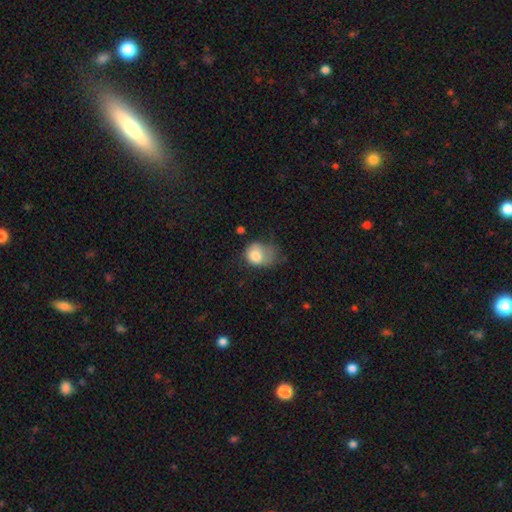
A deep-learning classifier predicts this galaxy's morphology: A smooth galaxy with no disk features (76%) that is round (50%).

Vote fractions:
- Smooth or featured? smooth: 76% / featured or disk: 15% / star or artifact: 9%
- How rounded? round: 50% / in between: 49% / cigar-shaped: 1%
- Merging? major disturbance: 40% / minor disturbance: 34% / none: 22% / merger: 4%